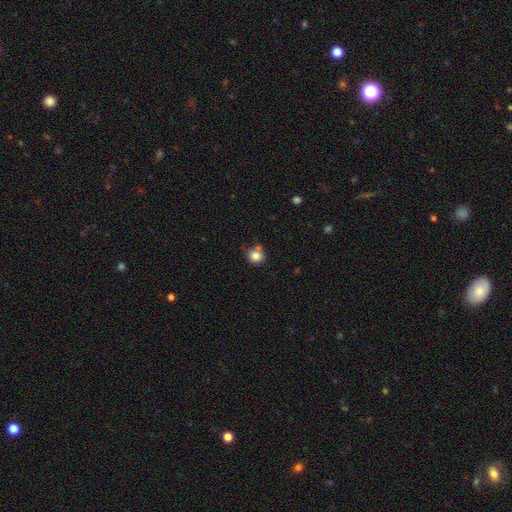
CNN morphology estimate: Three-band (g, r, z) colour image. It shows a smooth galaxy with no disk features (83%) that is round (90%). Merging: none (70%).